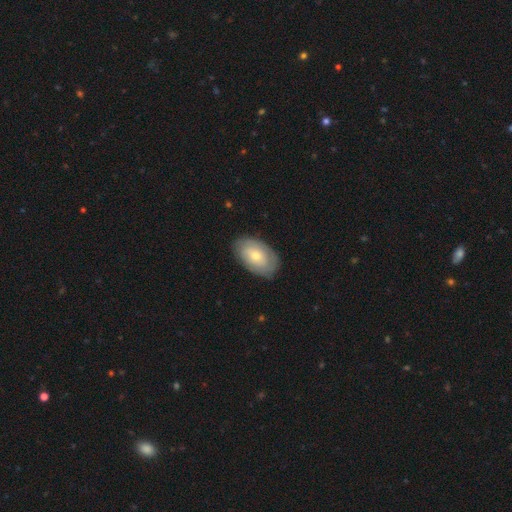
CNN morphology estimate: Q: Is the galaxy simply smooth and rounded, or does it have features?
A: smooth — 59%.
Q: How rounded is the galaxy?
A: in between — 92%.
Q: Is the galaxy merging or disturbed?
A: none — 81%.